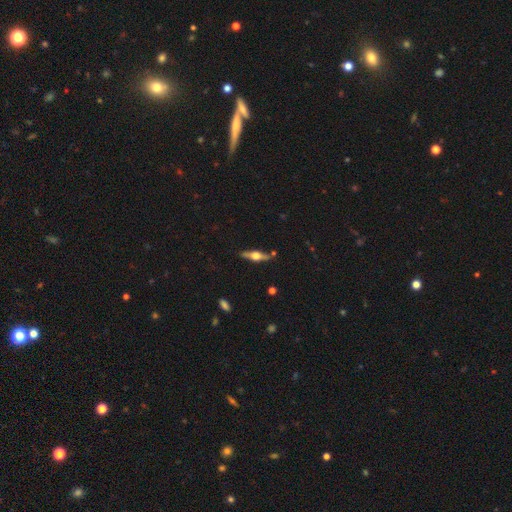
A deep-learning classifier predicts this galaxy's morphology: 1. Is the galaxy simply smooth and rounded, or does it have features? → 73% featured or disk, 21% smooth, 6% star or artifact.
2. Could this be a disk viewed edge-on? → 96% yes, 4% no.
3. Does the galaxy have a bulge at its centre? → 93% rounded, 6% boxy, 2% none.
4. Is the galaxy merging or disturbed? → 84% none, 10% minor disturbance, 3% merger, 2% major disturbance.